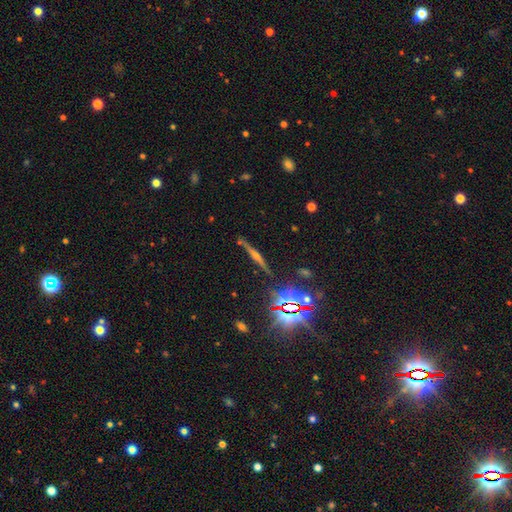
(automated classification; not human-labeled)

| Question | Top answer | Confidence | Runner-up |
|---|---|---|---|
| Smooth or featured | featured or disk | 59% | star or artifact (23%) |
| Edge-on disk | yes | 96% | no (4%) |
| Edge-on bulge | rounded | 83% | none (9%) |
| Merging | none | 86% | minor disturbance (9%) |